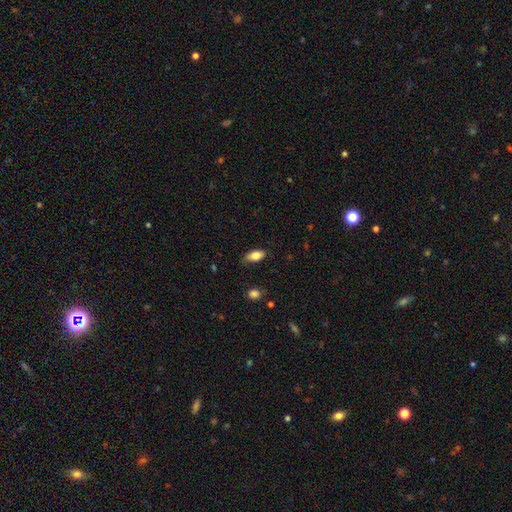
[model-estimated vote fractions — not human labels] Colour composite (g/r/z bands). It shows a smooth galaxy with no disk features (78%) that is in between round and cigar-shaped (87%). Merging: none (76%).